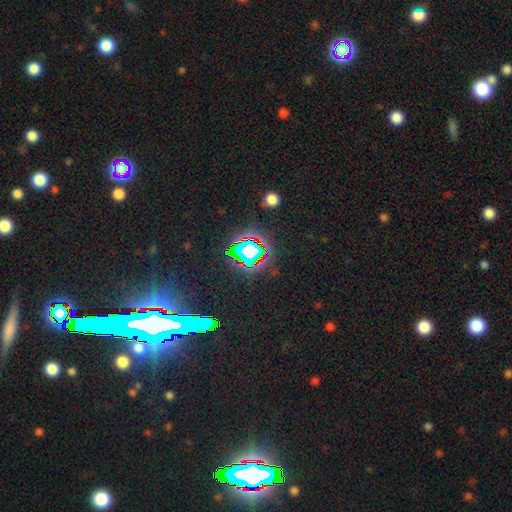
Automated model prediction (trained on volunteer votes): smooth-or-featured: star or artifact: 80% | featured or disk: 10% | smooth: 10%